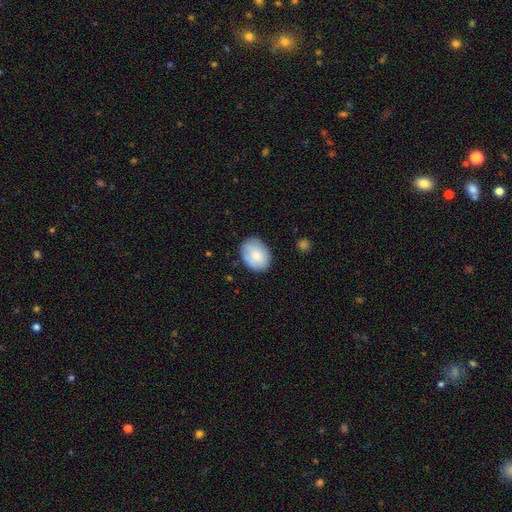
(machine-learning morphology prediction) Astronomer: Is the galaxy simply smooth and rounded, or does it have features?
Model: smooth — 82%.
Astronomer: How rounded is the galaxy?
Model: in between — 68%.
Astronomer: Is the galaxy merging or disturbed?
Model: none — 81%.